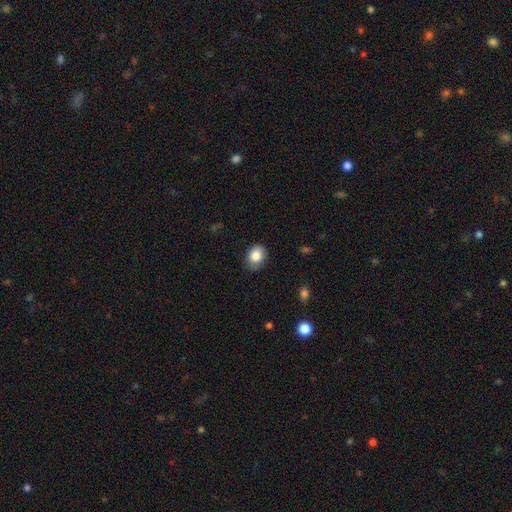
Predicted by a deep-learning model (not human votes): A smooth galaxy with no disk features (84%) that is in between round and cigar-shaped (55%). Merging: none (75%).